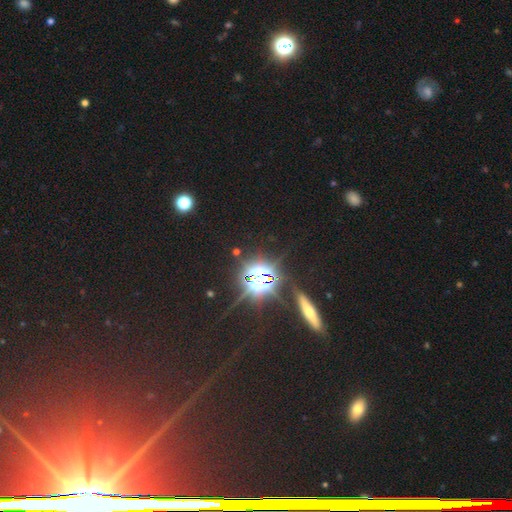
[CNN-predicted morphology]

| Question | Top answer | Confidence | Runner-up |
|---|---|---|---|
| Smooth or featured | star or artifact | 68% | smooth (19%) |